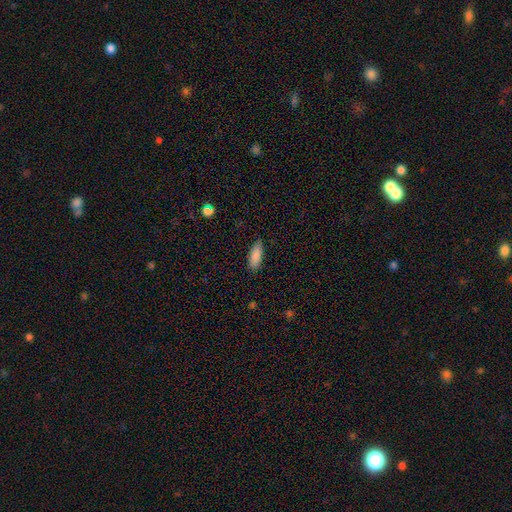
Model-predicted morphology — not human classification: Overall: smooth (87%). How rounded: in between (73%). Merging: none (80%).